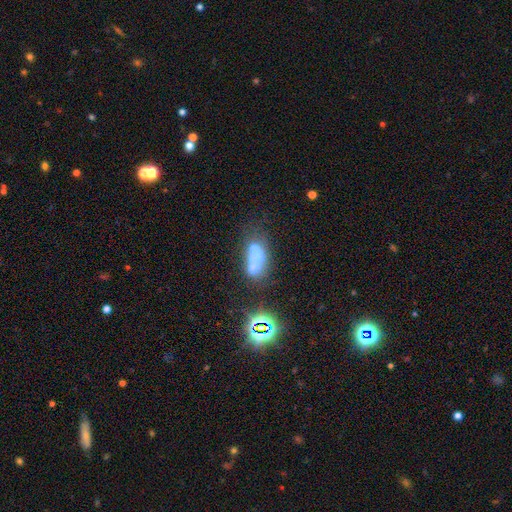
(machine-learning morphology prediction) A featured or disk galaxy (41%).

Vote fractions:
- Smooth or featured? featured or disk: 41% / smooth: 38% / star or artifact: 21%
- Merging? merger: 51% / none: 27% / major disturbance: 12% / minor disturbance: 11%